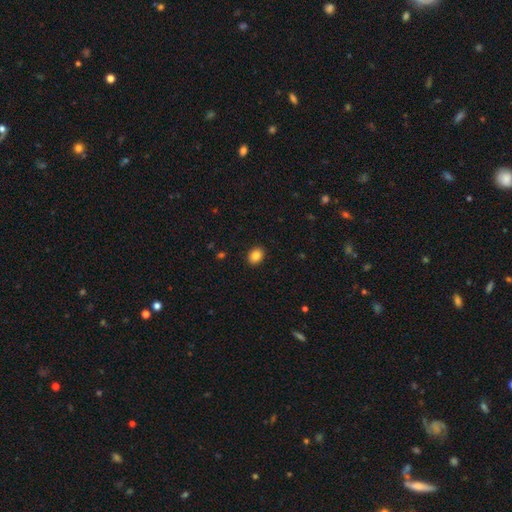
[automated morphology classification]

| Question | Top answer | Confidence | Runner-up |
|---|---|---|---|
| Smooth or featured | smooth | 86% | star or artifact (9%) |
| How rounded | in between | 58% | round (41%) |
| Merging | none | 91% | minor disturbance (7%) |